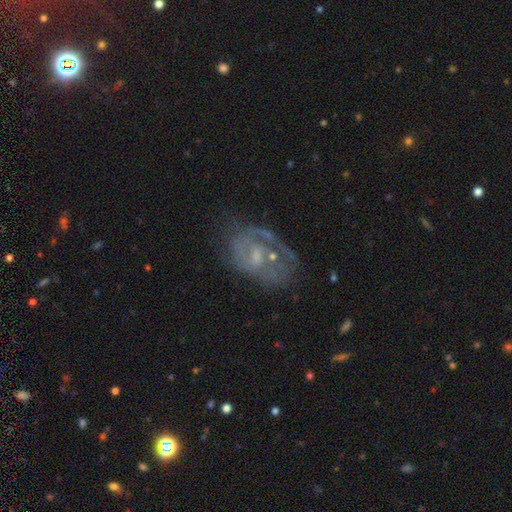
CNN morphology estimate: A featured or disk galaxy (70%) with no bar (50%), spiral arms (68%) and a small central bulge (48%). Merging: none (50%).